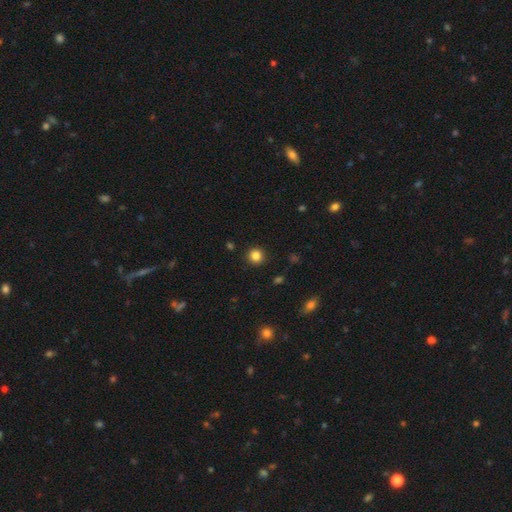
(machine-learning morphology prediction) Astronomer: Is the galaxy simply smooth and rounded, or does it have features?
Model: smooth — 84%.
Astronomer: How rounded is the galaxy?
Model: round — 94%.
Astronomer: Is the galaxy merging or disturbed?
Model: none — 92%.